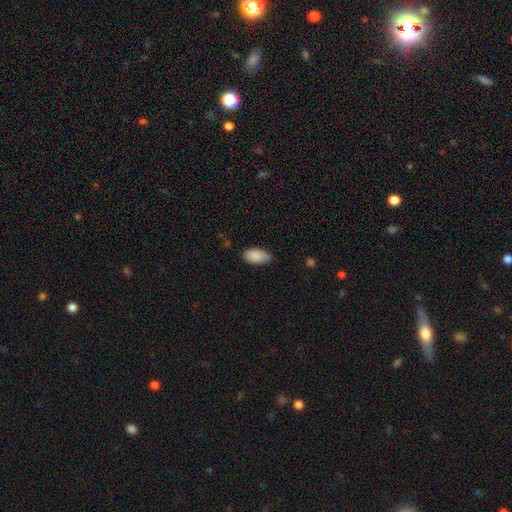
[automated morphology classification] smooth_or_featured: smooth (p=0.88) [alt: star or artifact p=0.07]
how_rounded: in between (p=0.94) [alt: cigar-shaped p=0.03]
merging: none (p=0.67) [alt: minor disturbance p=0.28]